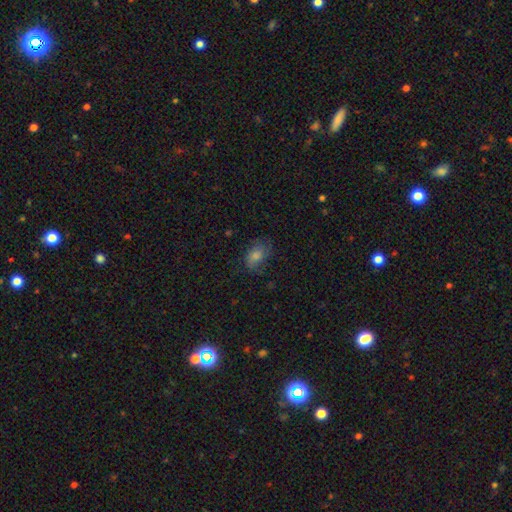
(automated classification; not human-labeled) Morphology: type=smooth (72%); roundness=in between (82%); merging=none (62%).